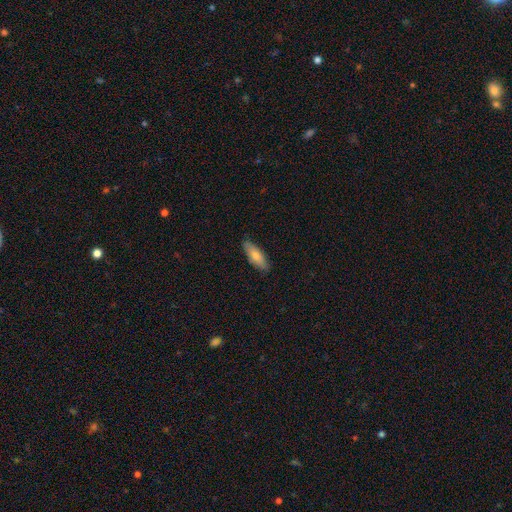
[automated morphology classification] A smooth galaxy with no disk features (75%) that is in between round and cigar-shaped (58%). Merging: none (87%).